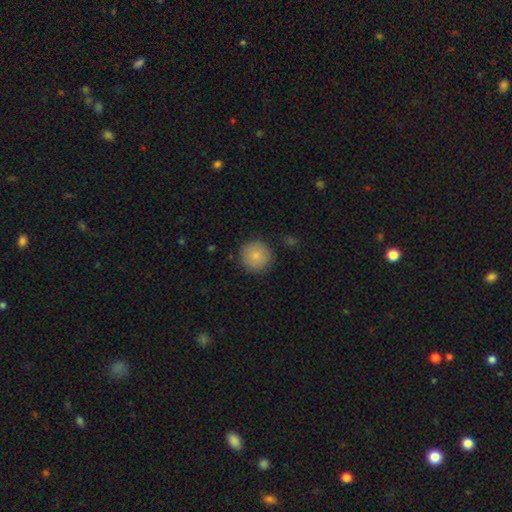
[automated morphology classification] A smooth galaxy with no disk features (84%) that is round (95%).

Vote fractions:
- Smooth or featured? smooth: 84% / star or artifact: 8% / featured or disk: 8%
- How rounded? round: 95% / in between: 4% / cigar-shaped: 1%
- Merging? none: 88% / minor disturbance: 8% / major disturbance: 2% / merger: 1%